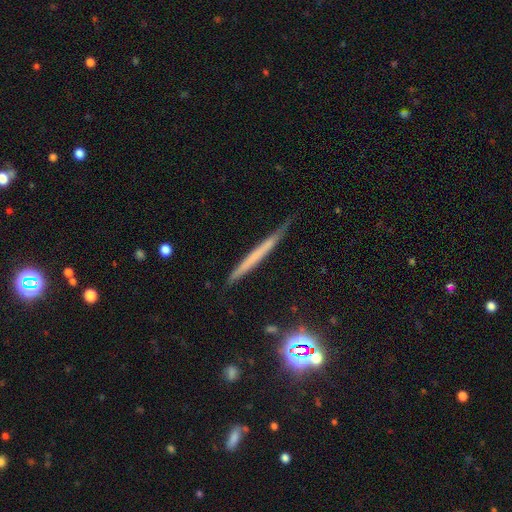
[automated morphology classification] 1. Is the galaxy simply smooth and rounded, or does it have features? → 46% smooth, 42% featured or disk, 12% star or artifact.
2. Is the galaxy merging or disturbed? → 82% none, 14% minor disturbance, 3% major disturbance, 2% merger.